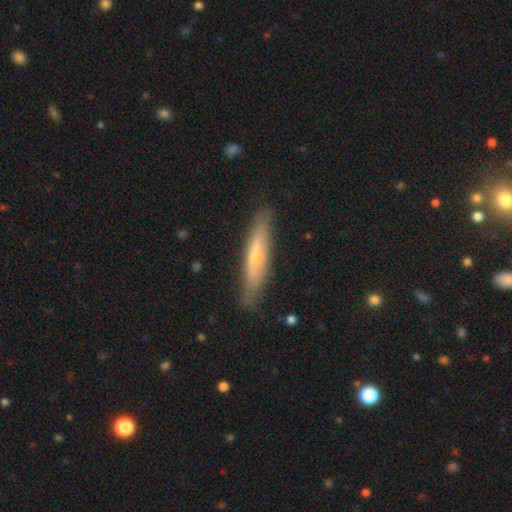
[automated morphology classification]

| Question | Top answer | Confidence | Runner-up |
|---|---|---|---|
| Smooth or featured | smooth | 53% | featured or disk (41%) |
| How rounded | cigar-shaped | 88% | in between (11%) |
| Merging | none | 85% | minor disturbance (11%) |